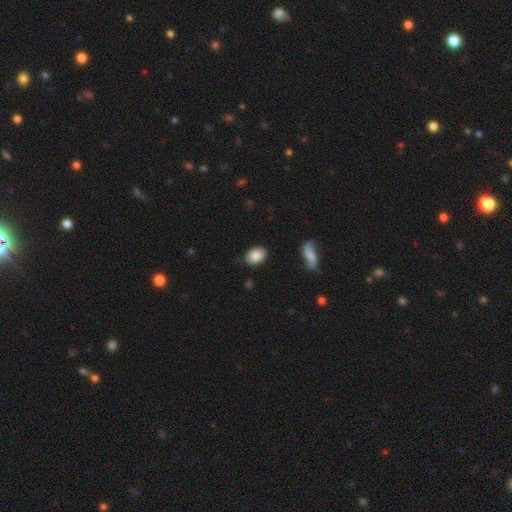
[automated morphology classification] A smooth galaxy with no disk features (87%) that is in between round and cigar-shaped (83%).

Vote fractions:
- Smooth or featured? smooth: 87% / star or artifact: 7% / featured or disk: 6%
- How rounded? in between: 83% / round: 16% / cigar-shaped: 1%
- Merging? none: 83% / minor disturbance: 13% / major disturbance: 3% / merger: 2%